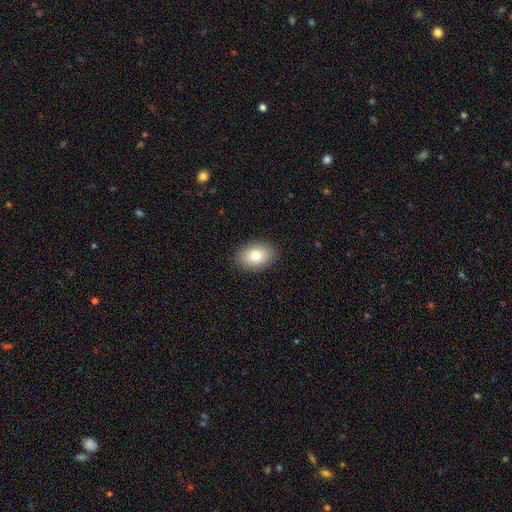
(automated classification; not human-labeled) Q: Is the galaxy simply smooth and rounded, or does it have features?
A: smooth — 80%.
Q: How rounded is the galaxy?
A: in between — 80%.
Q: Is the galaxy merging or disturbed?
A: none — 88%.